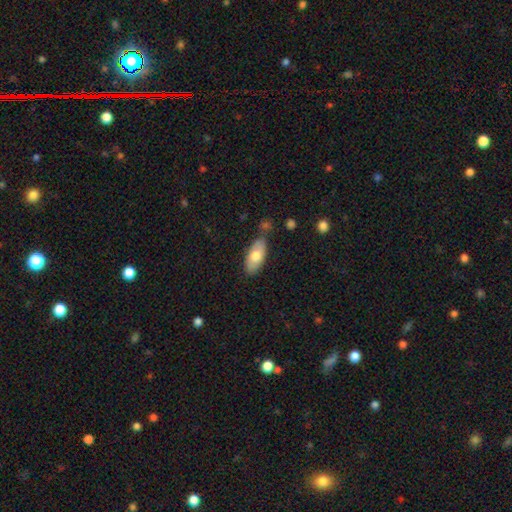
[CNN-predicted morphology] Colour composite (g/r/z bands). It shows a smooth galaxy with no disk features (73%) that is in between round and cigar-shaped (88%). Merging: none (73%).